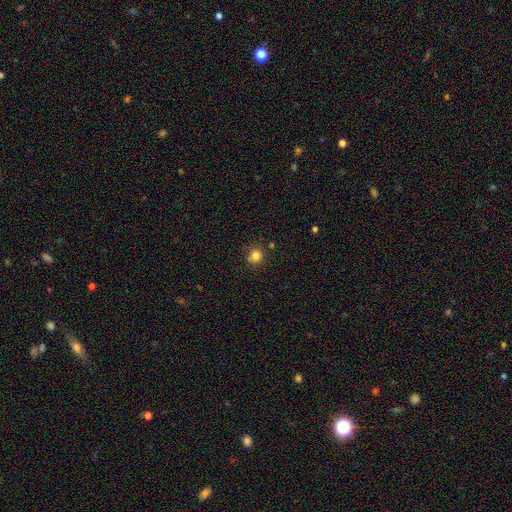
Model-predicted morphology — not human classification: This appears to be a smooth galaxy with no disk features (81%) that is round (85%). Merging: none (76%).